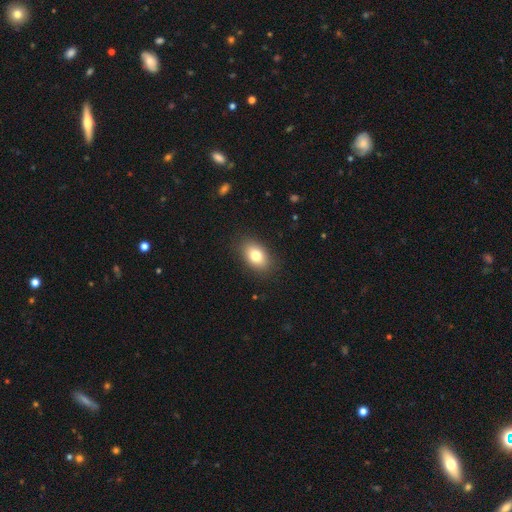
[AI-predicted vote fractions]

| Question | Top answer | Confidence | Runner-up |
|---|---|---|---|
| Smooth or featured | smooth | 79% | featured or disk (12%) |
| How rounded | in between | 86% | round (13%) |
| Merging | none | 88% | minor disturbance (9%) |